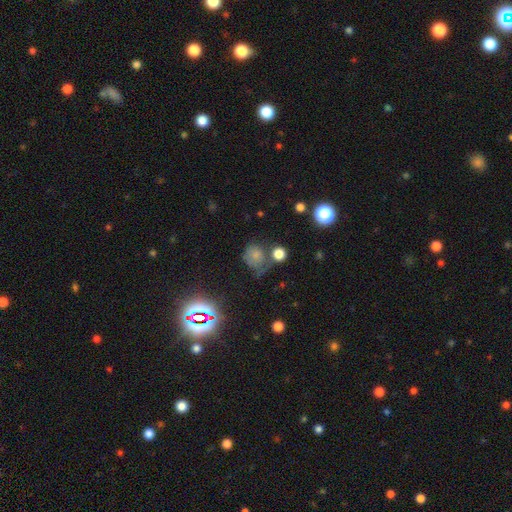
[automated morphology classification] A smooth galaxy with no disk features (60%) that is round (73%). Merging: none (42%).